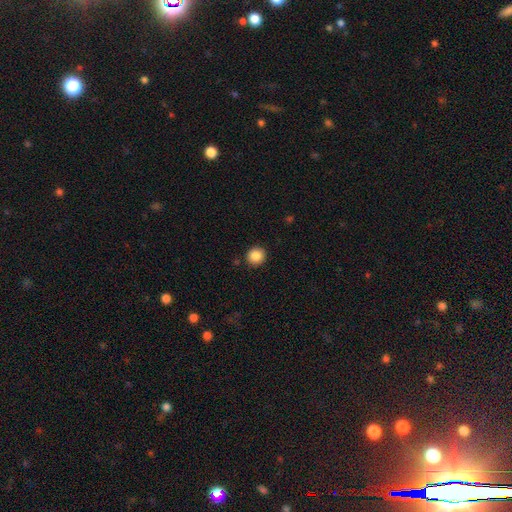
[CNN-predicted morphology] Smooth or featured?
  - smooth: 87% *
  - star or artifact: 9%
  - featured or disk: 4%
How rounded?
  - round: 91% *
  - in between: 8%
  - cigar-shaped: 1%
Merging?
  - none: 91% *
  - minor disturbance: 6%
  - major disturbance: 2%
  - merger: 1%